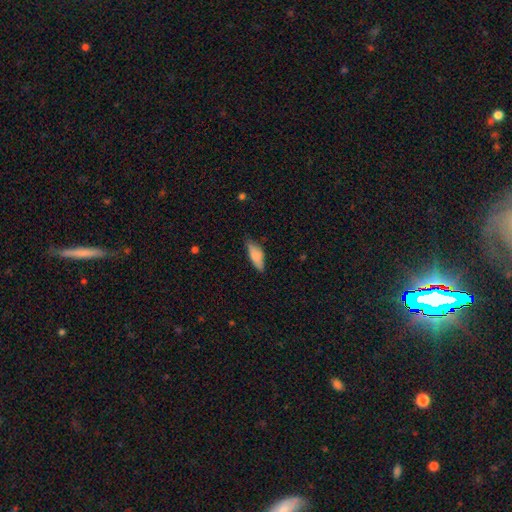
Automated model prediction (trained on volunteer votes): Overall: smooth (82%). How rounded: in between (68%; cigar-shaped 30%). Merging: none (66%; minor disturbance 28%).